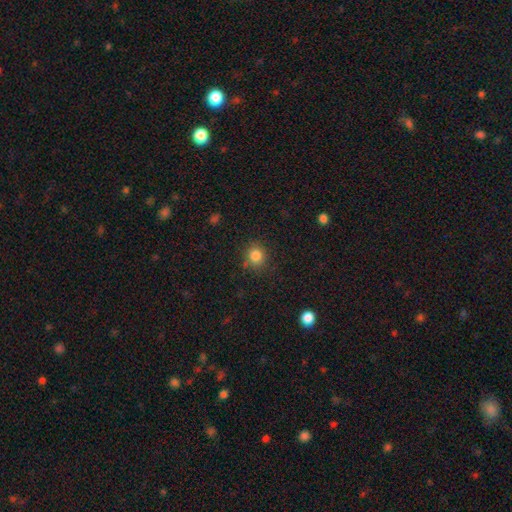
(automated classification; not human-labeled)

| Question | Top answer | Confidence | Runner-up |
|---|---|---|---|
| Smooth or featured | smooth | 83% | star or artifact (12%) |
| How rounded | round | 86% | in between (13%) |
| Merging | none | 83% | minor disturbance (11%) |